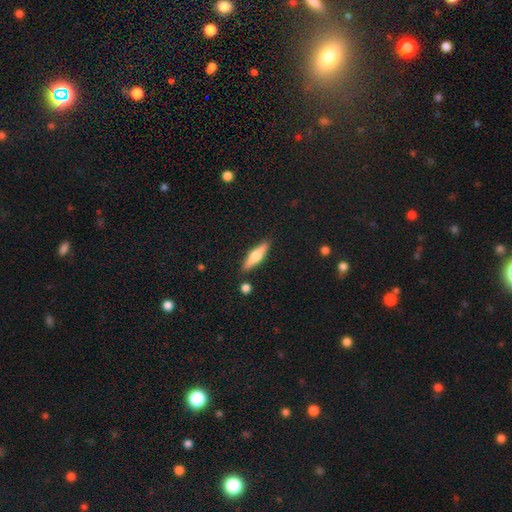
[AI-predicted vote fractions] smooth_or_featured: featured or disk (p=0.50) [alt: smooth p=0.44]
merging: none (p=0.87) [alt: minor disturbance p=0.08]